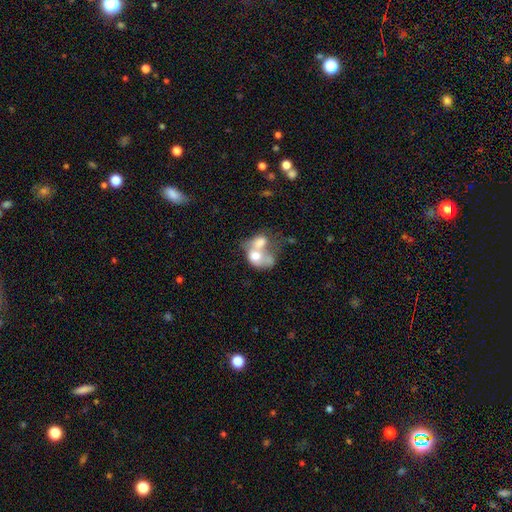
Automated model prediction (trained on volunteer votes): Smooth or featured? Predicted: smooth (p=0.57). How rounded? Predicted: in between (p=0.64). Merging? Predicted: merger (p=0.76).